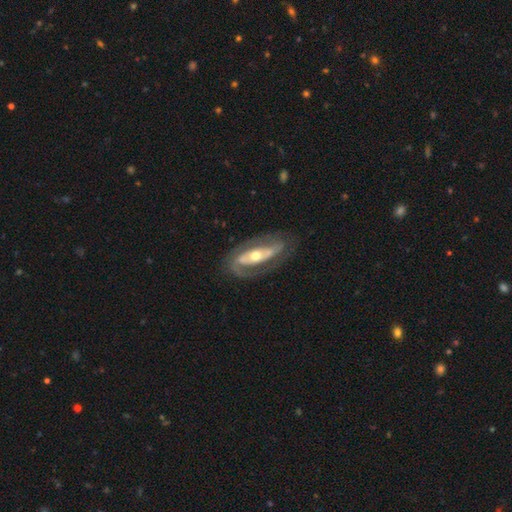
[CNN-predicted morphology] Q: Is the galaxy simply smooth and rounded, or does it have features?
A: featured or disk — 86%.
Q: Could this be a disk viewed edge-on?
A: no — 91%.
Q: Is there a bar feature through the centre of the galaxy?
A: strong — 46%.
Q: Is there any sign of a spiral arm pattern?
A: yes — 89%.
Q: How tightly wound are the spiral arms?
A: medium — 44%.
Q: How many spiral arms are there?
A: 2 — 84%.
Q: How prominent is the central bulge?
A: moderate — 65%.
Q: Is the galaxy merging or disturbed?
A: none — 76%.